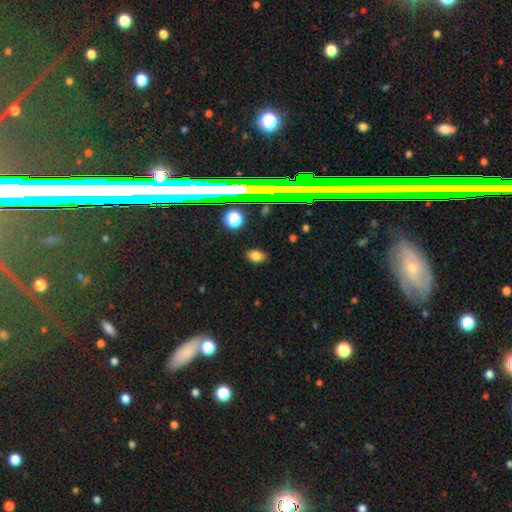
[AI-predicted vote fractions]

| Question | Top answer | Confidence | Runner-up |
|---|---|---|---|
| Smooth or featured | smooth | 75% | star or artifact (18%) |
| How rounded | in between | 68% | round (31%) |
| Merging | none | 85% | minor disturbance (10%) |